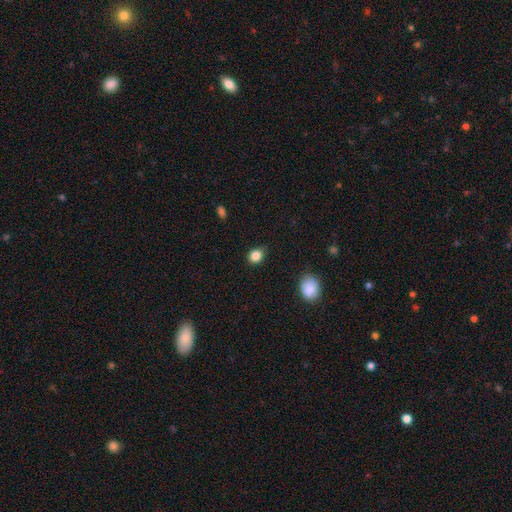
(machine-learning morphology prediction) A smooth galaxy with no disk features (85%) that is round (68%). Merging: none (77%).